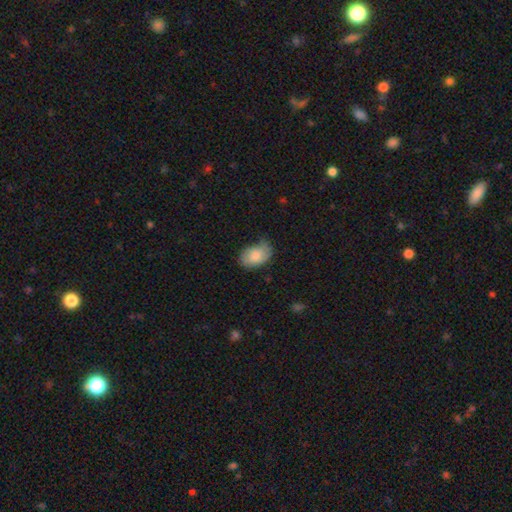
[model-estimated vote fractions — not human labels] Smooth or featured: smooth — 74% (featured or disk — 19%)
How rounded: in between — 86% (round — 13%)
Merging: none — 52% (minor disturbance — 36%)